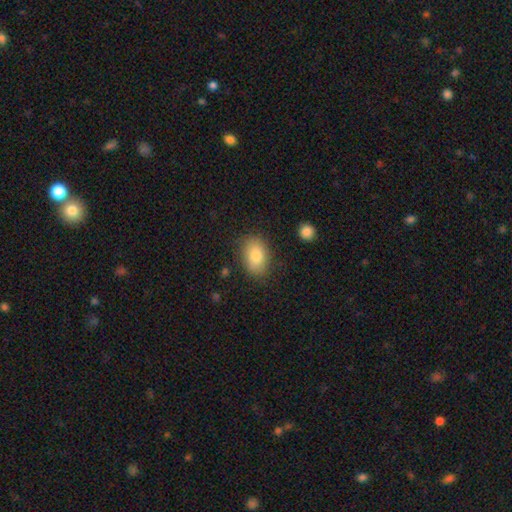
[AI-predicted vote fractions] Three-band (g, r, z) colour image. It shows a smooth galaxy with no disk features (82%) that is in between round and cigar-shaped (83%). Merging: none (82%).